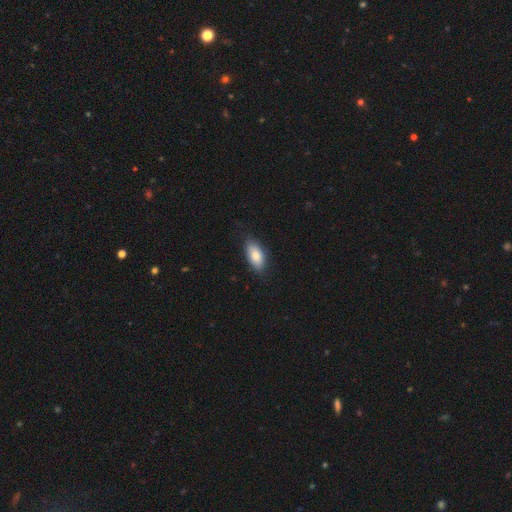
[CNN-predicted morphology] Smooth or featured? smooth (82%)
How rounded? in between (90%)
Merging? none (80%)